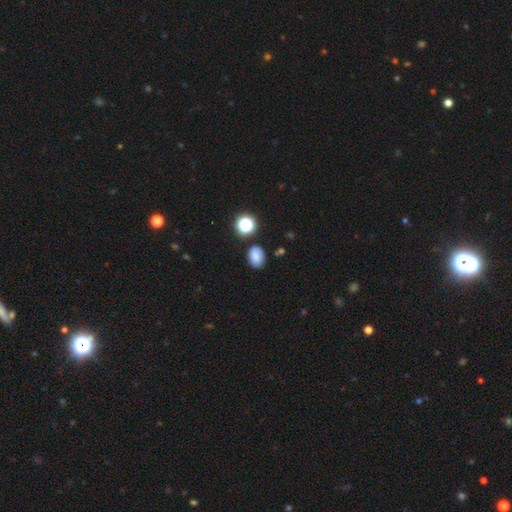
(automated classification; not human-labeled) smooth_or_featured: smooth (p=0.80) [alt: star or artifact p=0.13]
how_rounded: in between (p=0.70) [alt: round p=0.29]
merging: none (p=0.78) [alt: minor disturbance p=0.14]